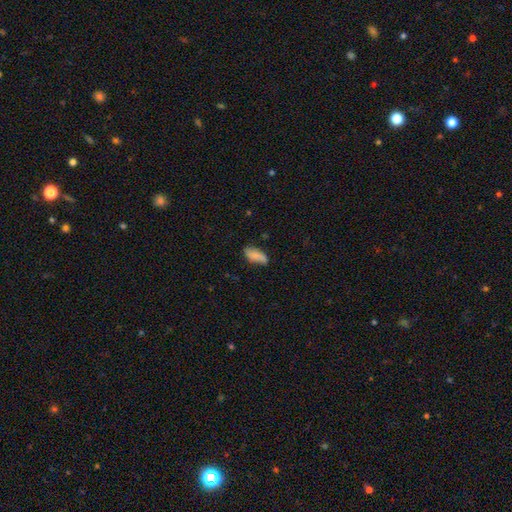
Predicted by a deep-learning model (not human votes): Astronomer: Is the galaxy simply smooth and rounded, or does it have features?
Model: smooth — 73%.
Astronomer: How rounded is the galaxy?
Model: in between — 81%.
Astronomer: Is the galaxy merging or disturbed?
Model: none — 71%.